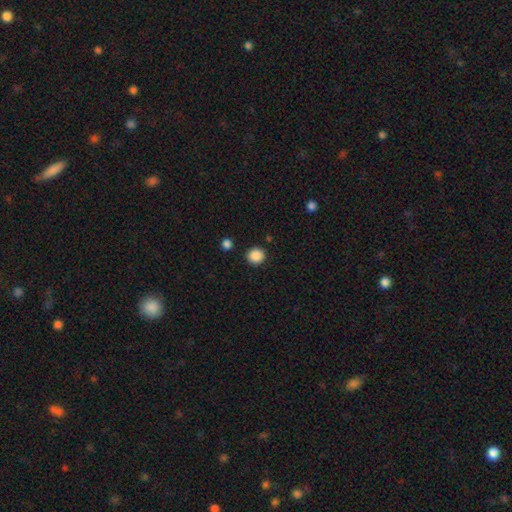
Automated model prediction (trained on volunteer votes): Smooth or featured: smooth — 88% (star or artifact — 10%)
How rounded: round — 91% (in between — 8%)
Merging: none — 90% (minor disturbance — 6%)